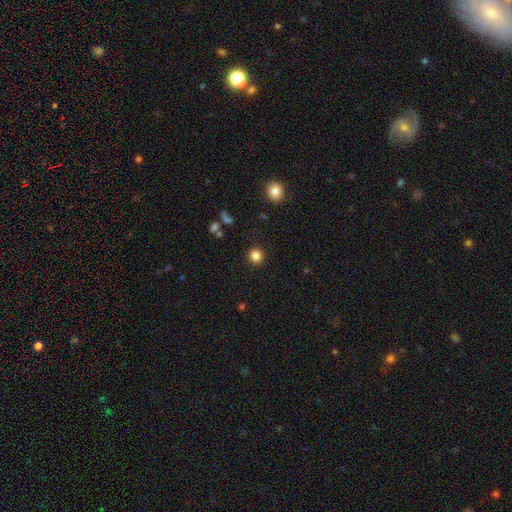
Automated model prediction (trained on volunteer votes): Q: Smooth or featured?
A: smooth (84%); runner-up: star or artifact (12%)
Q: How rounded?
A: round (91%); runner-up: in between (8%)
Q: Merging?
A: none (91%); runner-up: minor disturbance (6%)